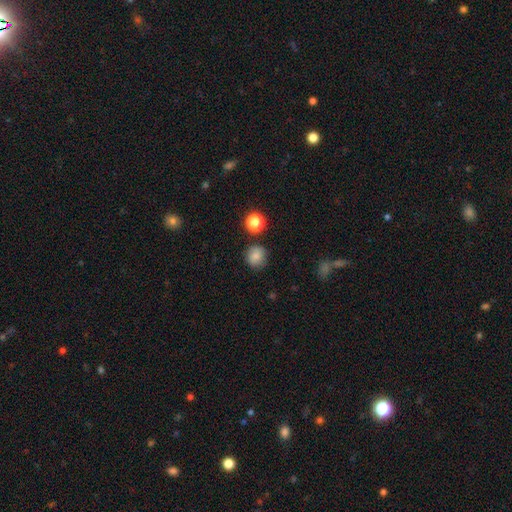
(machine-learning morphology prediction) Overall: smooth (81%). How rounded: round (88%). Merging: none (80%).